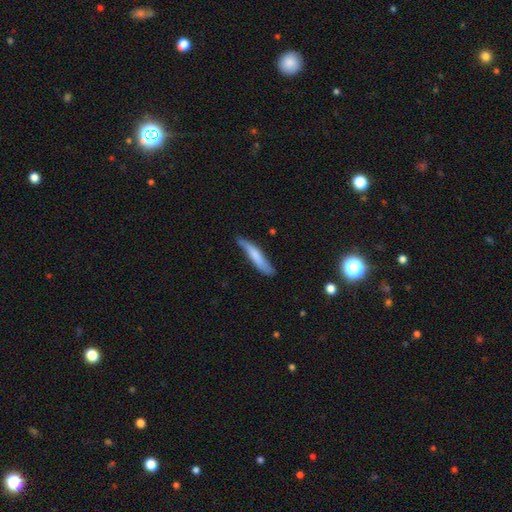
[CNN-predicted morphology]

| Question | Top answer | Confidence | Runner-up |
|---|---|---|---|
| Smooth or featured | smooth | 69% | featured or disk (26%) |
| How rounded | cigar-shaped | 90% | in between (9%) |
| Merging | none | 69% | minor disturbance (25%) |